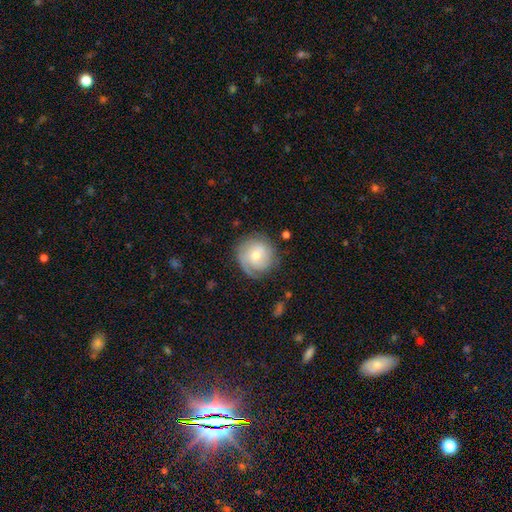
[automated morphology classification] Smooth or featured: featured or disk — 58% (smooth — 35%)
Edge-on disk: no — 97% (yes — 3%)
Bar: no — 72% (weak — 25%)
Spiral arms: yes — 85% (no — 15%)
Bulge size: moderate — 51% (small — 43%)
Merging: none — 73% (minor disturbance — 17%)